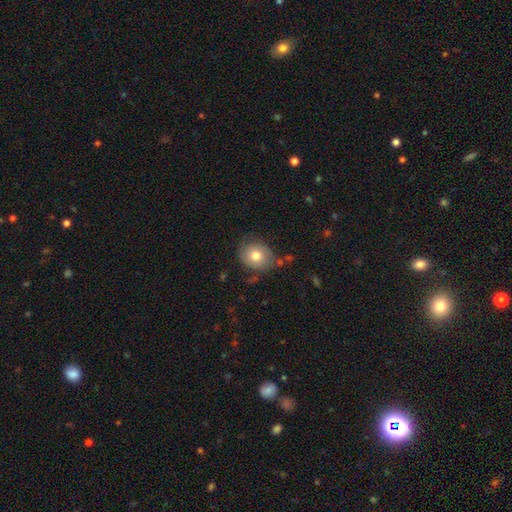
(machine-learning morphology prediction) This appears to be a smooth galaxy with no disk features (75%) that is round (65%). Merging: none (68%).